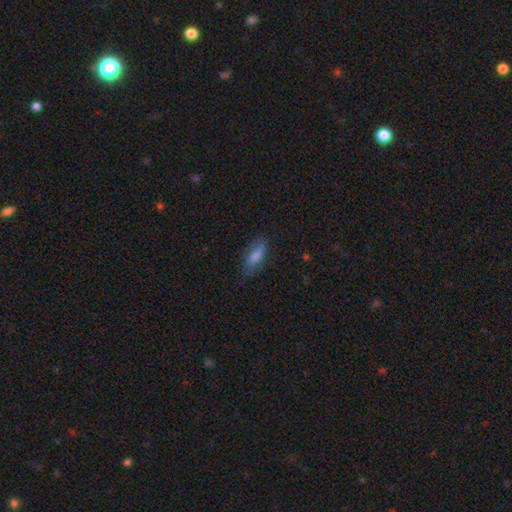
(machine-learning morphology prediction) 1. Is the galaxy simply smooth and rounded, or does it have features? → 64% smooth, 26% featured or disk, 10% star or artifact.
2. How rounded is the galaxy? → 66% in between, 31% cigar-shaped, 3% round.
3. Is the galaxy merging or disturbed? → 75% none, 18% minor disturbance, 6% major disturbance, 1% merger.